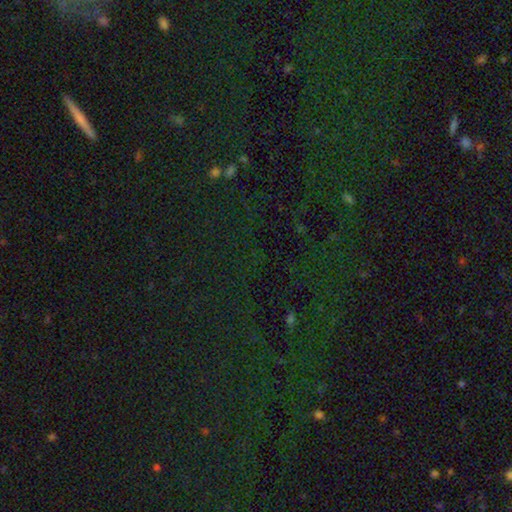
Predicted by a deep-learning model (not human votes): Smooth or featured?
  - star or artifact: 77% *
  - smooth: 14%
  - featured or disk: 9%